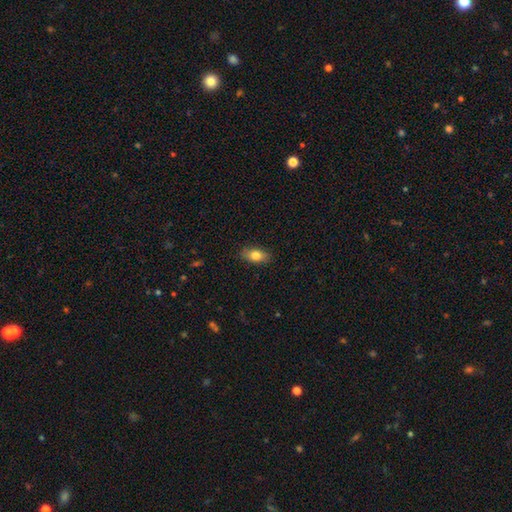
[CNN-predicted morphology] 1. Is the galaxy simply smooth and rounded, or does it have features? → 79% smooth, 13% featured or disk, 8% star or artifact.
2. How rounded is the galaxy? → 86% in between, 8% round, 6% cigar-shaped.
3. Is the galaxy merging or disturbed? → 86% none, 11% minor disturbance, 2% major disturbance, 1% merger.